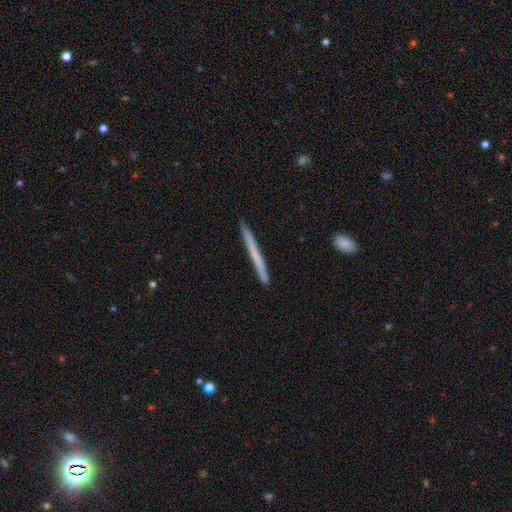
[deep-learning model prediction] smooth-or-featured: smooth: 56% | featured or disk: 38% | star or artifact: 6%
  how-rounded: cigar-shaped: 97% | in between: 1% | round: 1%
  merging: none: 92% | minor disturbance: 6% | major disturbance: 1% | merger: 1%